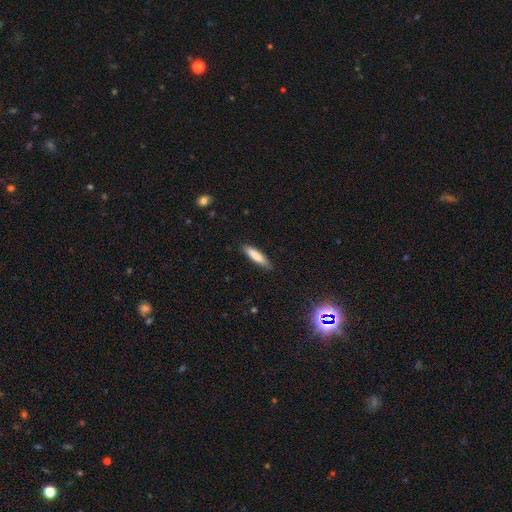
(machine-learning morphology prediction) A smooth galaxy with no disk features (82%) that is cigar-shaped (77%).

Vote fractions:
- Smooth or featured? smooth: 82% / featured or disk: 12% / star or artifact: 6%
- How rounded? cigar-shaped: 77% / in between: 22% / round: 1%
- Merging? none: 84% / minor disturbance: 13% / major disturbance: 2% / merger: 1%